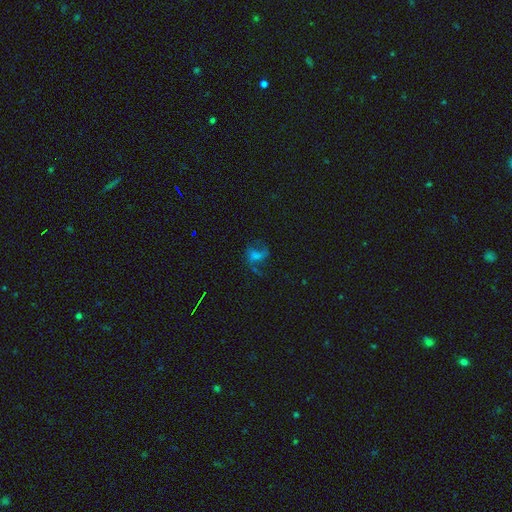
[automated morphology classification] Q: Smooth or featured?
A: featured or disk (48%); runner-up: star or artifact (27%)
Q: Merging?
A: none (49%); runner-up: major disturbance (30%)